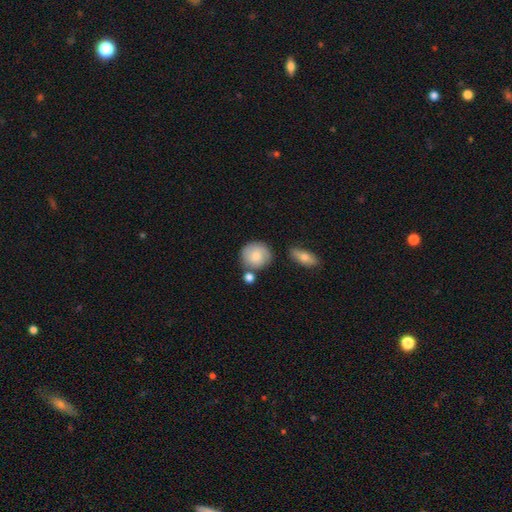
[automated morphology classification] Smooth or featured?
  - smooth: 71% *
  - featured or disk: 22%
  - star or artifact: 6%
How rounded?
  - round: 86% *
  - in between: 13%
  - cigar-shaped: 1%
Merging?
  - none: 67% *
  - minor disturbance: 16%
  - merger: 13%
  - major disturbance: 4%